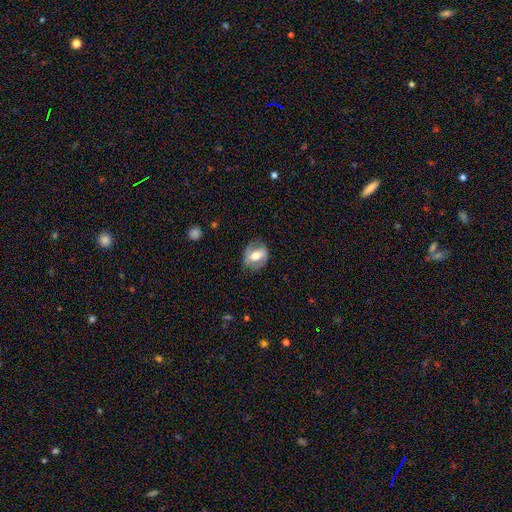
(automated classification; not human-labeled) The model was most divided on "bar": strong: 43%, weak: 34%, no: 23%. More confident: edge-on disk — no (93%); merging — none (75%); bulge size — moderate (66%); smooth or featured — featured or disk (59%); spiral arms — yes (58%).